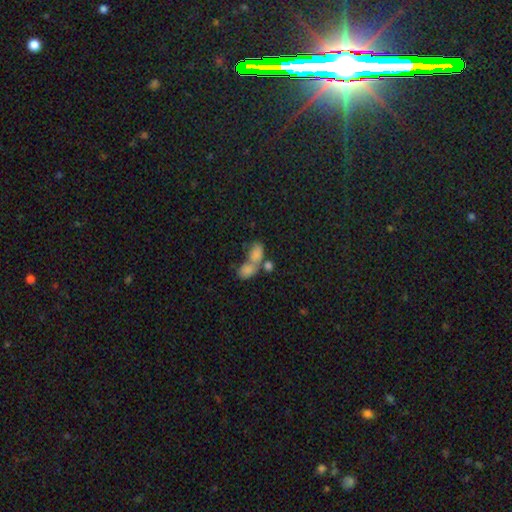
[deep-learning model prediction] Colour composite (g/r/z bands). It shows a smooth galaxy with no disk features (76%) that is in between round and cigar-shaped (85%). Merging: merger (62%).